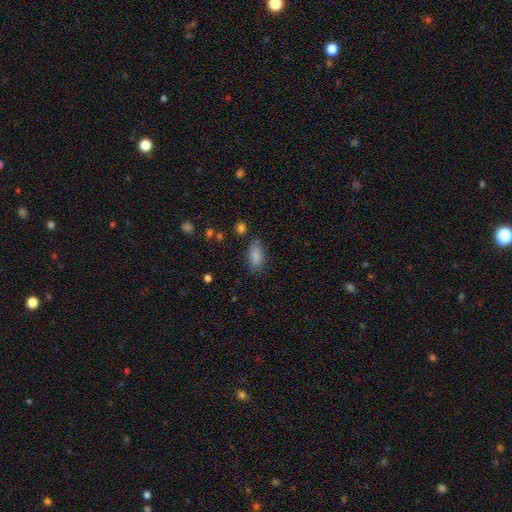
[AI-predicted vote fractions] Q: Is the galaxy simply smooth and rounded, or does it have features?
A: smooth — 84%.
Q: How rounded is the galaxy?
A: in between — 90%.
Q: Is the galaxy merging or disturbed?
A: none — 75%.